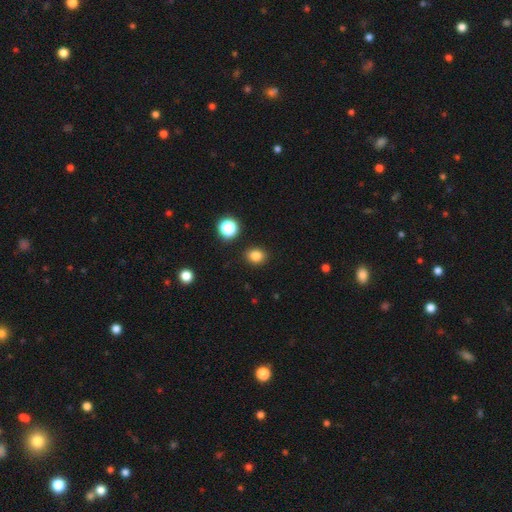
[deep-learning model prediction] The model was most divided on "how rounded": round: 62%, in between: 37%, cigar-shaped: 1%. More confident: merging — none (89%); smooth or featured — smooth (82%).